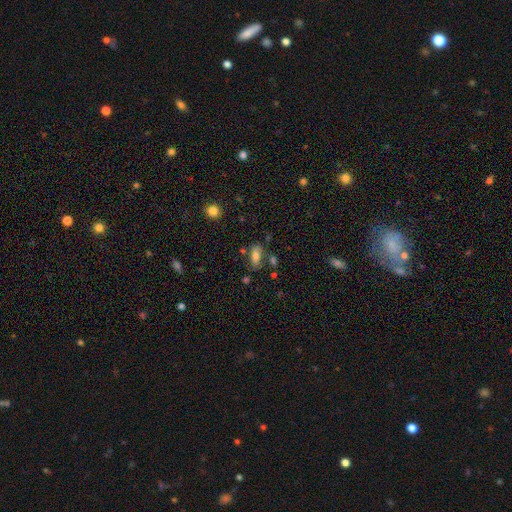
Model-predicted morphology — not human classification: type=smooth (75%); roundness=in between (84%); merging=none (69%).